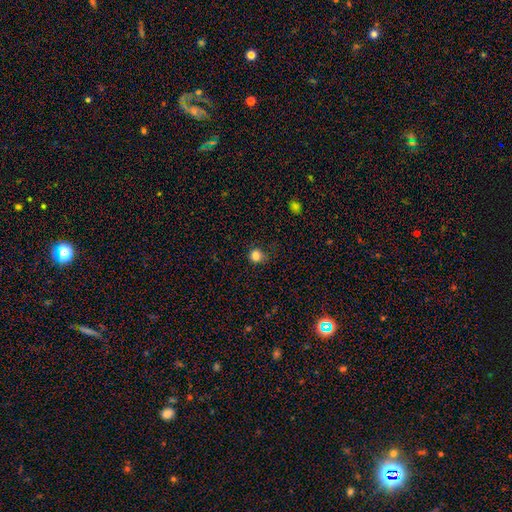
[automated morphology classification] Smooth or featured?
  - smooth: 83% *
  - star or artifact: 13%
  - featured or disk: 4%
How rounded?
  - round: 81% *
  - in between: 18%
  - cigar-shaped: 1%
Merging?
  - none: 69% *
  - minor disturbance: 22%
  - major disturbance: 7%
  - merger: 2%